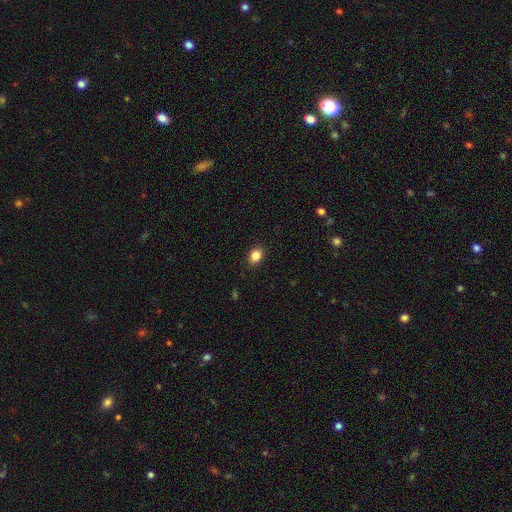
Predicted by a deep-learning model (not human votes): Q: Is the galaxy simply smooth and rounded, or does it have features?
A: smooth — 86%.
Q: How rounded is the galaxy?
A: in between — 64%.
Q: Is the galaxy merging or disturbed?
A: none — 89%.